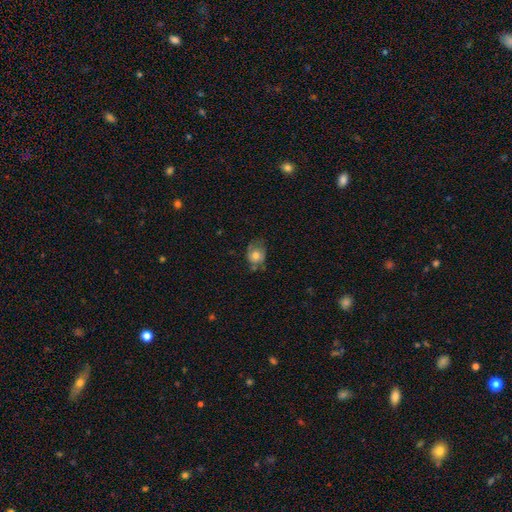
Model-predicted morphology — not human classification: Smooth or featured?
  - smooth: 67% *
  - featured or disk: 24%
  - star or artifact: 9%
How rounded?
  - round: 53% *
  - in between: 46%
  - cigar-shaped: 1%
Merging?
  - none: 47% *
  - minor disturbance: 32%
  - major disturbance: 14%
  - merger: 7%